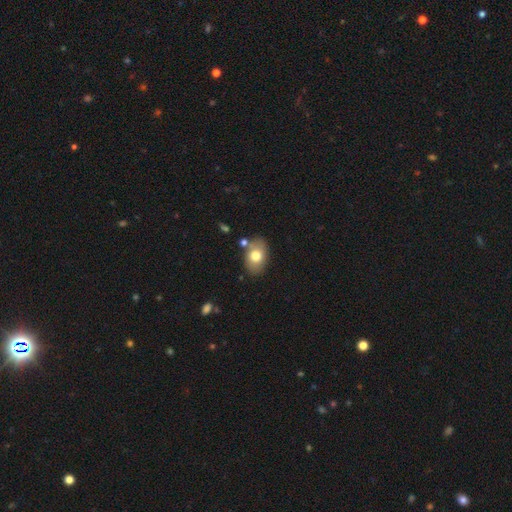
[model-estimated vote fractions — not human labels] Smooth or featured?
  - smooth: 74% *
  - featured or disk: 18%
  - star or artifact: 8%
How rounded?
  - in between: 83% *
  - round: 16%
  - cigar-shaped: 1%
Merging?
  - none: 76% *
  - minor disturbance: 13%
  - merger: 7%
  - major disturbance: 3%